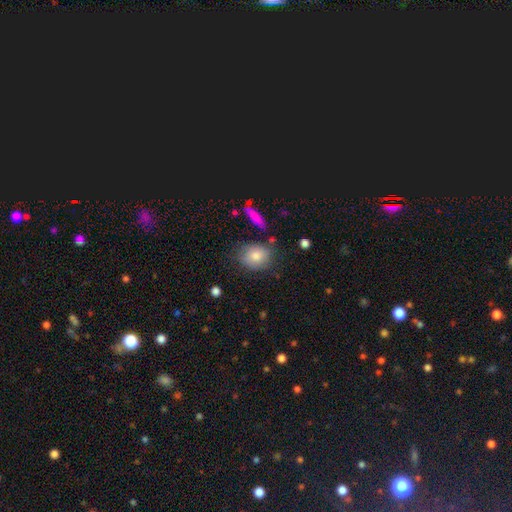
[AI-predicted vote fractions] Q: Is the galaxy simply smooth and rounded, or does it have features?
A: smooth — 78%.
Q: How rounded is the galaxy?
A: round — 54%.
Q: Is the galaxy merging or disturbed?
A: none — 71%.